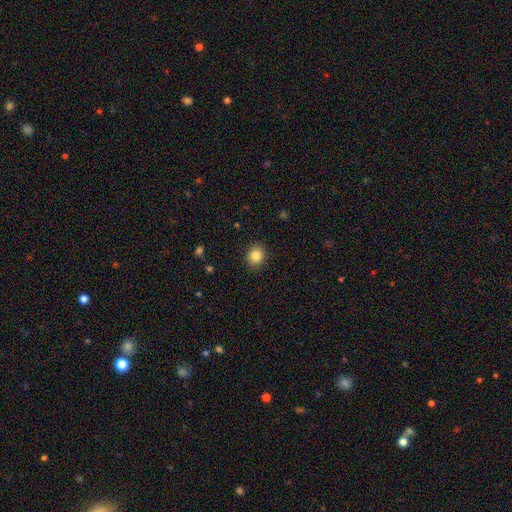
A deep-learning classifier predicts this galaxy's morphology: The model was most divided on "how rounded": round: 73%, in between: 27%, cigar-shaped: 1%. More confident: merging — none (90%); smooth or featured — smooth (84%).